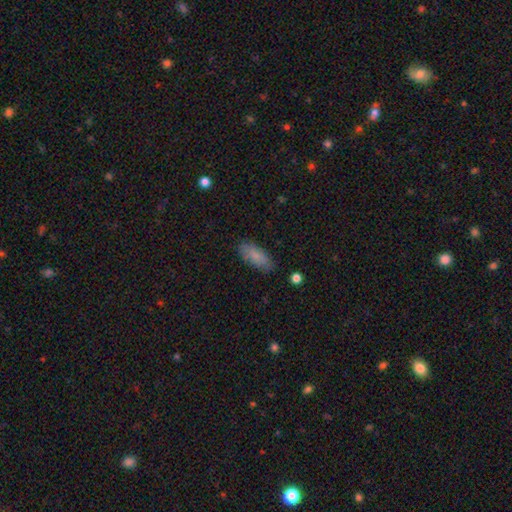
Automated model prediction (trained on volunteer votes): This is clearly a smooth galaxy (83%). How rounded: likely in between (77%). Merging: clearly none (84%).